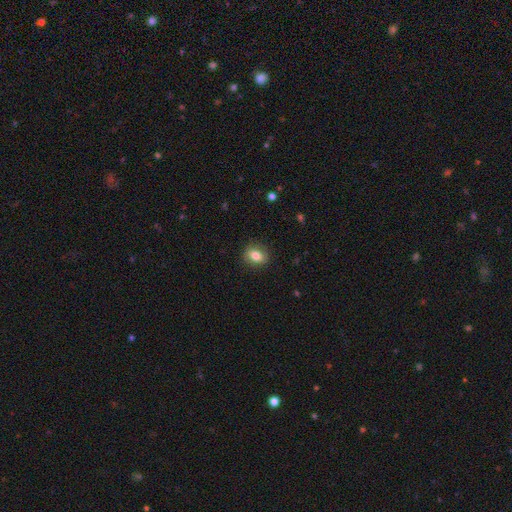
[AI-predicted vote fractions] A smooth galaxy with no disk features (80%) that is in between round and cigar-shaped (60%). Merging: none (86%).